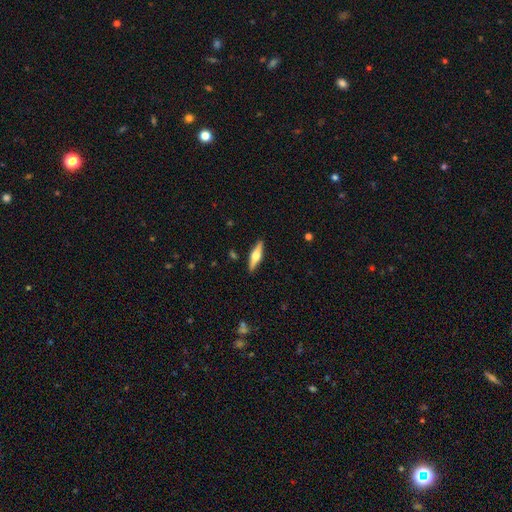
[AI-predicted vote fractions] Q: Smooth or featured?
A: featured or disk (61%); runner-up: smooth (34%)
Q: Edge-on disk?
A: yes (95%); runner-up: no (5%)
Q: Edge-on bulge?
A: rounded (94%); runner-up: boxy (4%)
Q: Merging?
A: none (90%); runner-up: minor disturbance (7%)